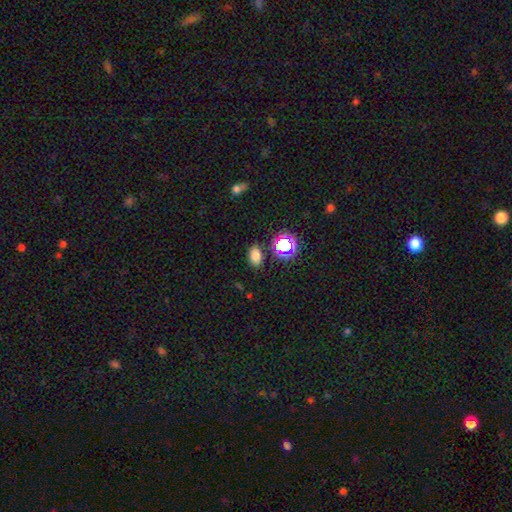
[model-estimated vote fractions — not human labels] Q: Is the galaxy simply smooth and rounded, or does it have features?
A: smooth — 72%.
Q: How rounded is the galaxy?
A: in between — 82%.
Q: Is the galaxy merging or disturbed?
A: none — 82%.